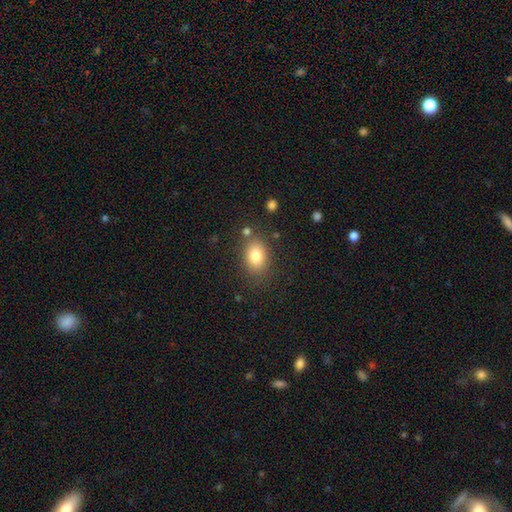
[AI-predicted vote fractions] Q: Smooth or featured?
A: smooth (82%); runner-up: star or artifact (9%)
Q: How rounded?
A: in between (77%); runner-up: round (22%)
Q: Merging?
A: none (78%); runner-up: minor disturbance (13%)